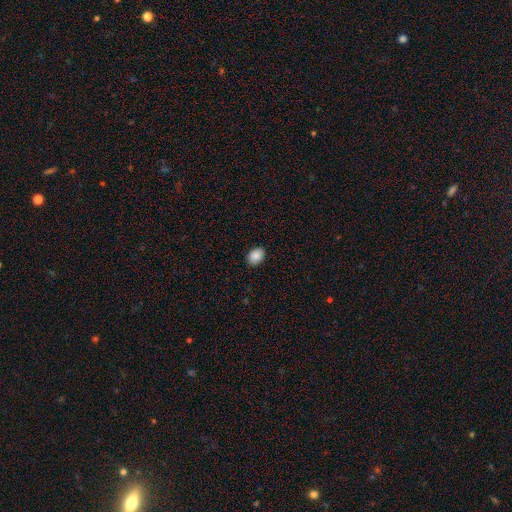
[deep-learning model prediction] smooth_or_featured: smooth (p=0.89) [alt: star or artifact p=0.08]
how_rounded: in between (p=0.72) [alt: round p=0.27]
merging: none (p=0.88) [alt: minor disturbance p=0.09]